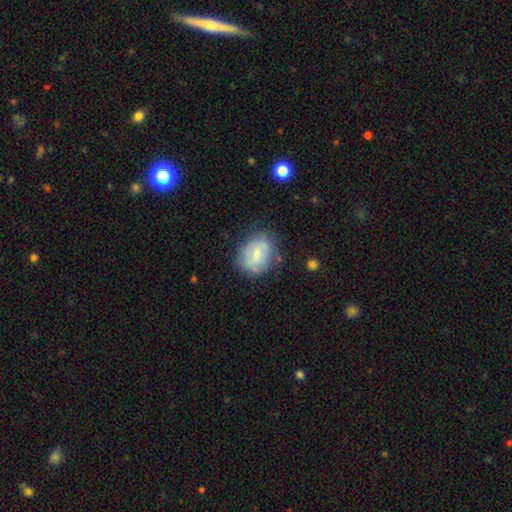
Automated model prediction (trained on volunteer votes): smooth 54%, featured or disk 38%, star or artifact 8%. Down the decision tree: how rounded — in between (56%); merging — none (64%).